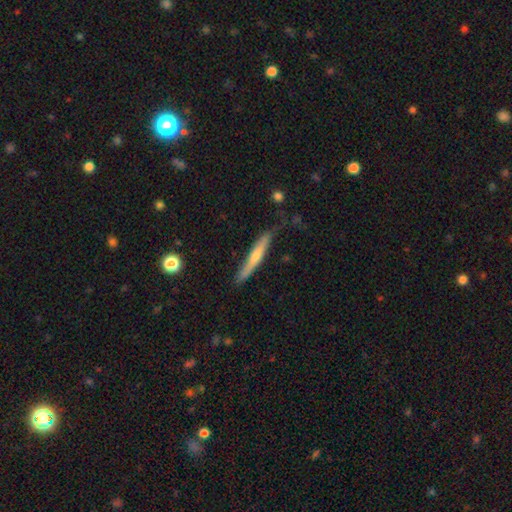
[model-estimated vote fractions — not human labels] smooth_or_featured: featured or disk (p=0.63) [alt: smooth p=0.29]
disk_edge_on: yes (p=0.95) [alt: no p=0.05]
edge_on_bulge: rounded (p=0.74) [alt: none p=0.20]
merging: none (p=0.80) [alt: minor disturbance p=0.16]